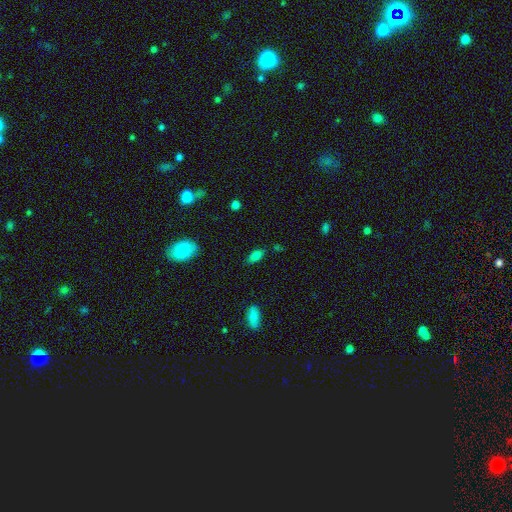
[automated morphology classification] A smooth galaxy with no disk features (80%) that is in between round and cigar-shaped (86%).

Vote fractions:
- Smooth or featured? smooth: 80% / star or artifact: 10% / featured or disk: 10%
- How rounded? in between: 86% / cigar-shaped: 10% / round: 4%
- Merging? none: 80% / minor disturbance: 13% / major disturbance: 3% / merger: 3%